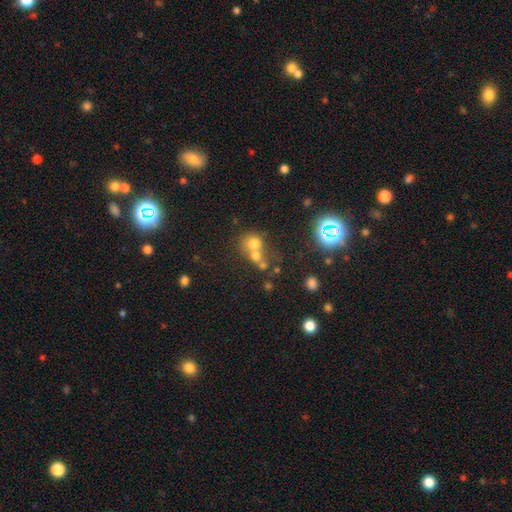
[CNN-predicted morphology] smooth 63%, star or artifact 19%, featured or disk 18%. Down the decision tree: how rounded — round (77%); merging — merger (56%).